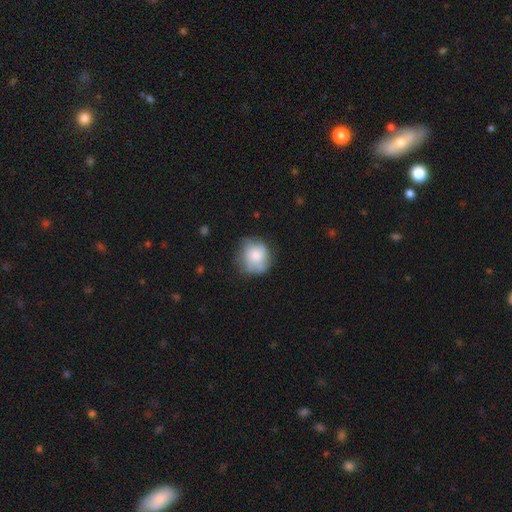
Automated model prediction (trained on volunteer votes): Smooth or featured? smooth (62%)
How rounded? round (82%)
Merging? none (62%)